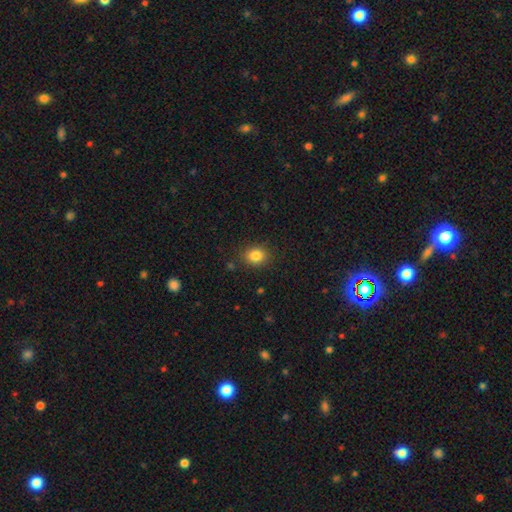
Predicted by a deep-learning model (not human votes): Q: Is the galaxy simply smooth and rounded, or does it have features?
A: smooth — 84%.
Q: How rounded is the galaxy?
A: round — 58%.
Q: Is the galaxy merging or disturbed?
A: none — 86%.